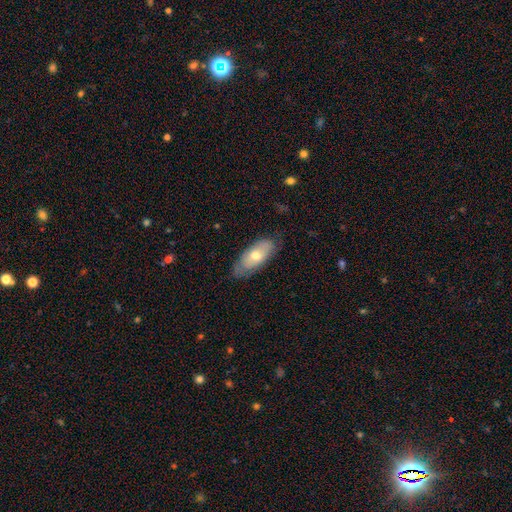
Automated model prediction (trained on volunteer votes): This is likely a smooth galaxy (61%). How rounded: clearly in between (83%). Merging: likely none (73%).